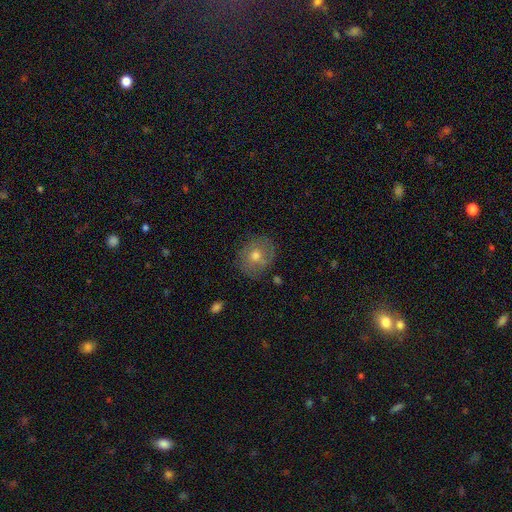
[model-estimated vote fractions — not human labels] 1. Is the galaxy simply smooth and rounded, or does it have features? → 58% smooth, 29% featured or disk, 13% star or artifact.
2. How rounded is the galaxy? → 77% round, 22% in between, 1% cigar-shaped.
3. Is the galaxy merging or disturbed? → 80% none, 14% minor disturbance, 4% major disturbance, 2% merger.